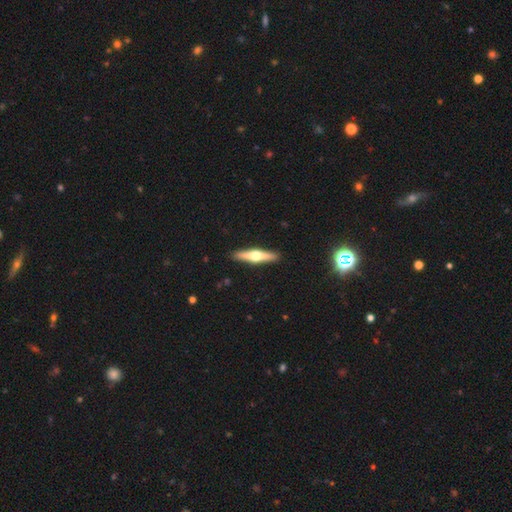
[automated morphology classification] smooth-or-featured: featured or disk: 64% | smooth: 31% | star or artifact: 5%
  disk-edge-on: yes: 96% | no: 4%
    edge-on-bulge: rounded: 95% | boxy: 2% | none: 2%
  merging: none: 92% | minor disturbance: 6% | major disturbance: 1% | merger: 1%